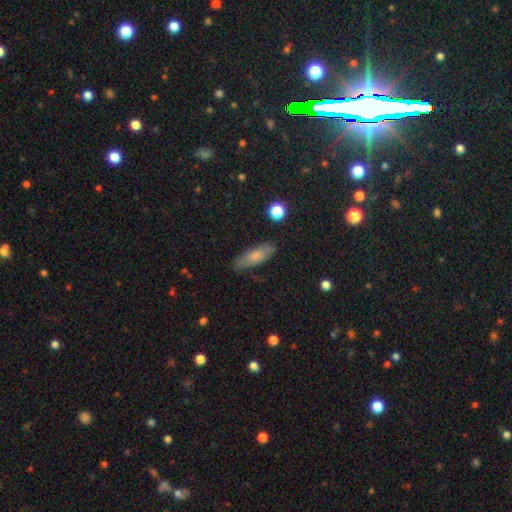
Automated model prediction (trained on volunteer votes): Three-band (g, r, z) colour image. It shows a smooth galaxy with no disk features (75%) that is in between round and cigar-shaped (52%). Merging: none (84%).